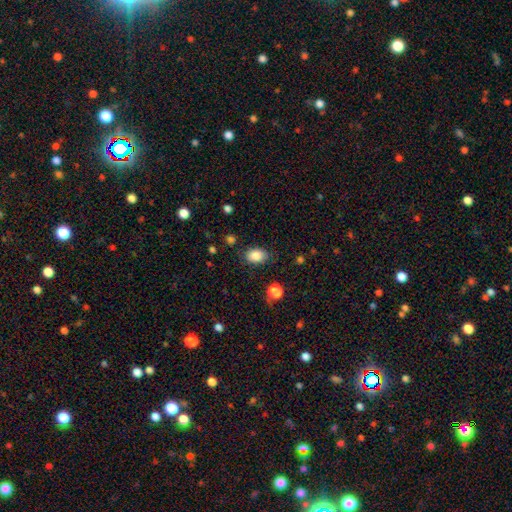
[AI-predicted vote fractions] Overall: smooth (86%). How rounded: in between (80%). Merging: none (80%).